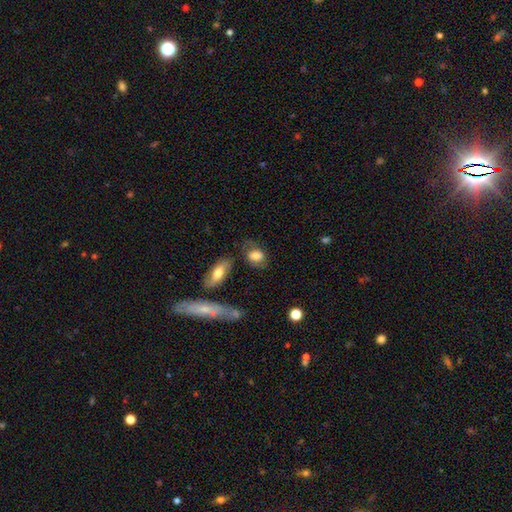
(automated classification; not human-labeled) The model was most divided on "merging": none: 55%, minor disturbance: 25%, major disturbance: 12%, merger: 8%. More confident: smooth or featured — smooth (75%); how rounded — in between (70%).